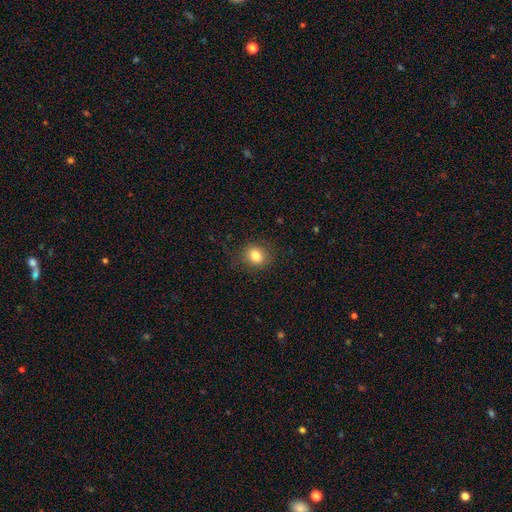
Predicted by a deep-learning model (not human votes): Overall: smooth (83%). How rounded: round (69%; in between 30%). Merging: none (87%).